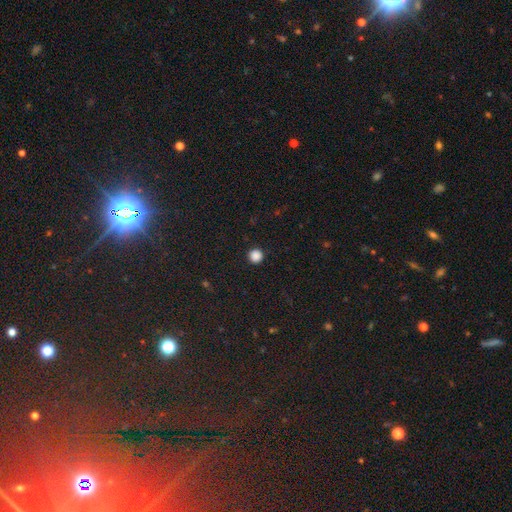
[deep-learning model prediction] Q: Smooth or featured?
A: smooth (87%); runner-up: star or artifact (11%)
Q: How rounded?
A: round (95%); runner-up: in between (4%)
Q: Merging?
A: none (93%); runner-up: minor disturbance (4%)